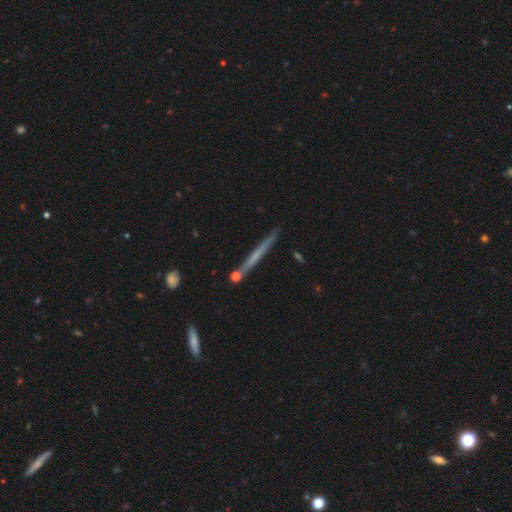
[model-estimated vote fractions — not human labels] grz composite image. It shows a featured or disk galaxy (51%) viewed edge-on (97%). Merging: none (86%).